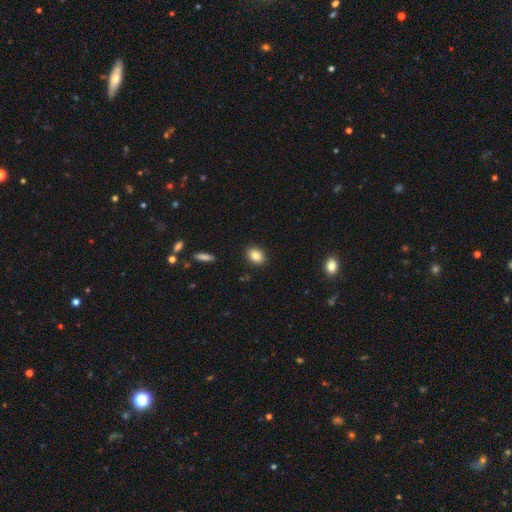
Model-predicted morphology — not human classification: smooth-or-featured: smooth: 86% | star or artifact: 9% | featured or disk: 5%
  how-rounded: in between: 70% | round: 29% | cigar-shaped: 1%
  merging: none: 88% | minor disturbance: 8% | major disturbance: 2% | merger: 1%